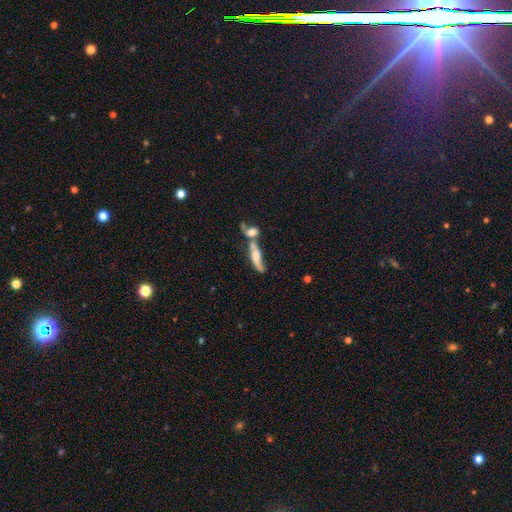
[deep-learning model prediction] Smooth or featured: featured or disk — 50% (smooth — 41%)
Edge-on disk: no — 59% (yes — 41%)
Merging: merger — 60% (none — 20%)